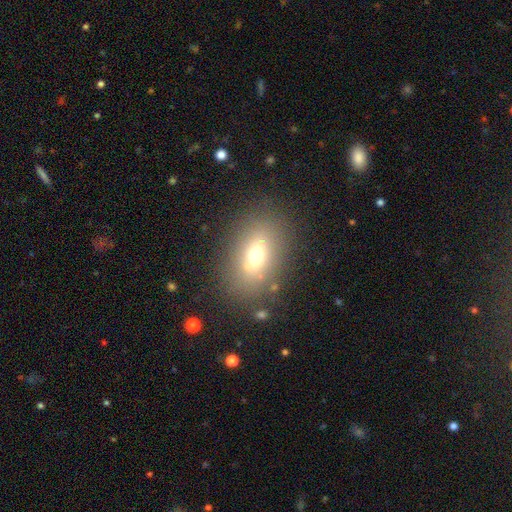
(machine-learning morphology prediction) Smooth or featured: smooth — 65% (featured or disk — 21%)
How rounded: in between — 81% (round — 15%)
Merging: none — 81% (minor disturbance — 11%)